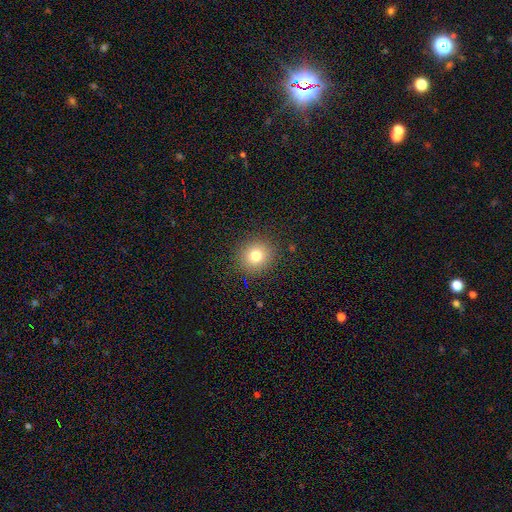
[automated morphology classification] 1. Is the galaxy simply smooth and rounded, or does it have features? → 77% smooth, 14% star or artifact, 9% featured or disk.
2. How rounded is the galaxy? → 90% round, 9% in between, 1% cigar-shaped.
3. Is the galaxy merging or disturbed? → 89% none, 7% minor disturbance, 3% major disturbance, 1% merger.